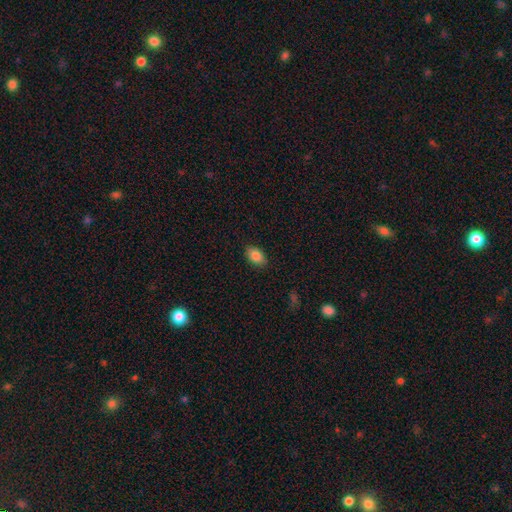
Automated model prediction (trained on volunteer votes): Overall: smooth (85%). How rounded: in between (89%). Merging: none (88%).